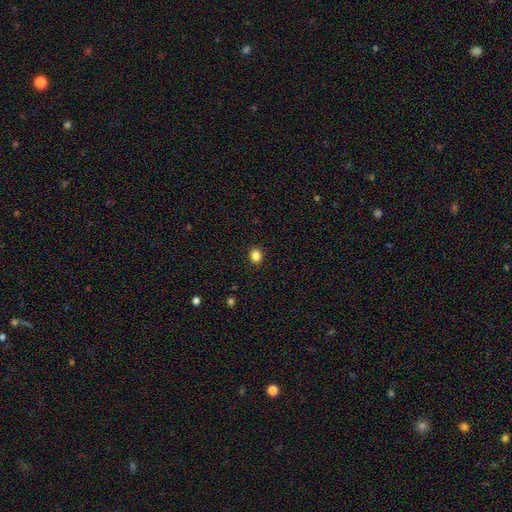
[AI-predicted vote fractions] This is clearly a smooth galaxy (84%). How rounded: likely round (68%). Merging: clearly none (91%).